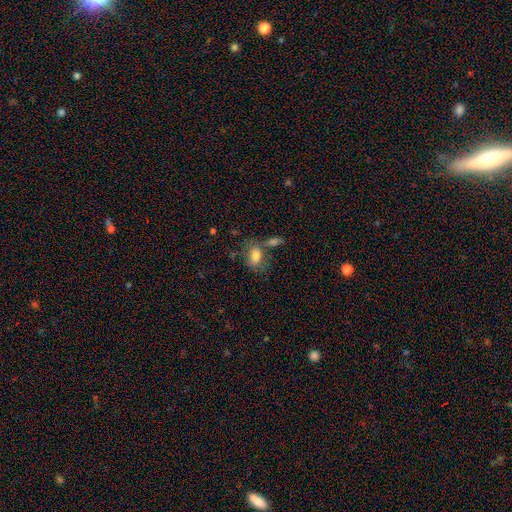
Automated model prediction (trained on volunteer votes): Q: Smooth or featured?
A: smooth (78%); runner-up: featured or disk (14%)
Q: How rounded?
A: in between (80%); runner-up: round (18%)
Q: Merging?
A: none (50%); runner-up: merger (23%)